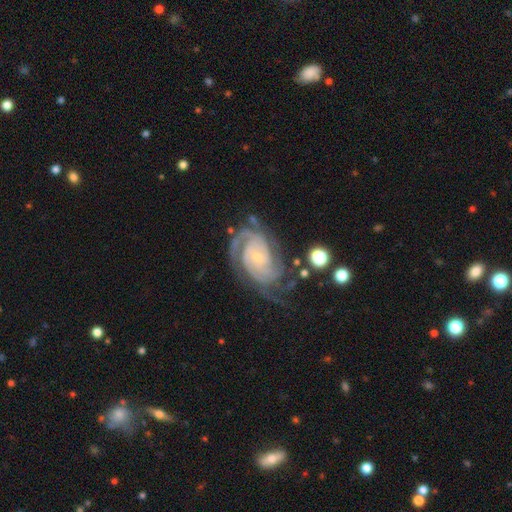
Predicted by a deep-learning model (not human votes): Morphology: type=featured or disk (91%); edge-on=no (97%); bar=no (60%); spiral arms=yes (98%); winding=tight (73%); arm count=2 (28%); bulge=small (79%); merging=none (66%).